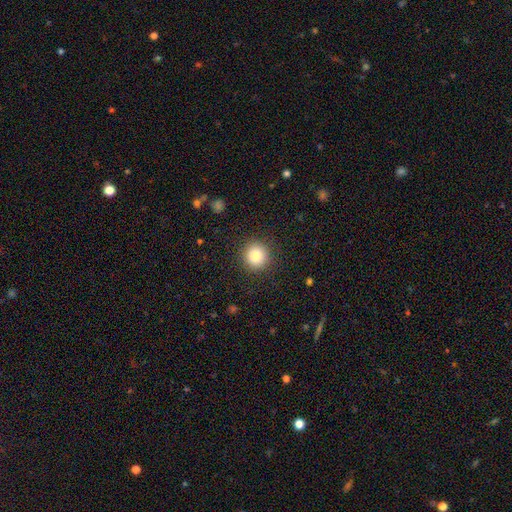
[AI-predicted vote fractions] Smooth or featured?
  - smooth: 83% *
  - star or artifact: 10%
  - featured or disk: 7%
How rounded?
  - round: 94% *
  - in between: 5%
  - cigar-shaped: 1%
Merging?
  - none: 90% *
  - minor disturbance: 6%
  - major disturbance: 3%
  - merger: 1%